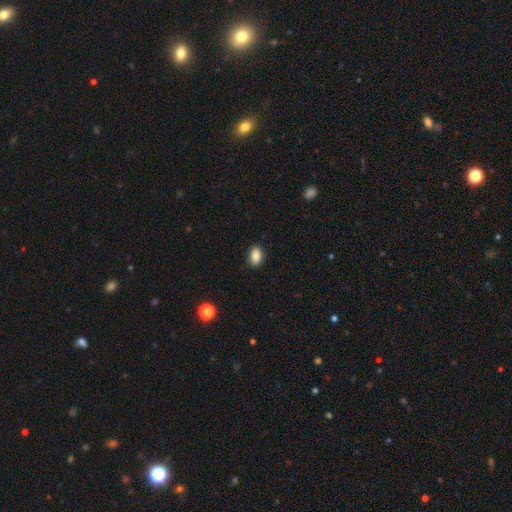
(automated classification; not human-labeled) Q: Smooth or featured?
A: smooth (86%); runner-up: star or artifact (8%)
Q: How rounded?
A: in between (89%); runner-up: round (9%)
Q: Merging?
A: none (89%); runner-up: minor disturbance (8%)